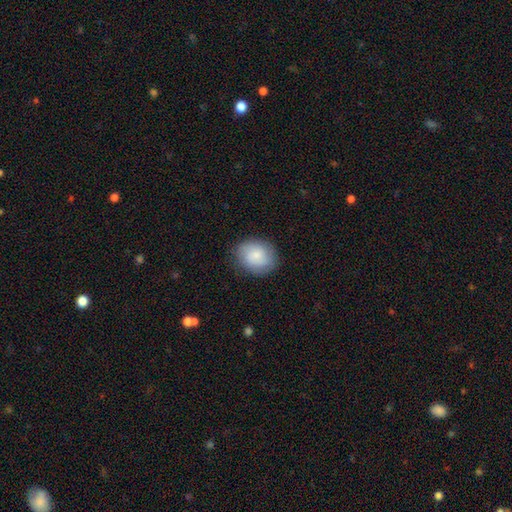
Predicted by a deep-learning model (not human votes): This appears to be a smooth galaxy with no disk features (78%) that is round (61%). Merging: none (83%).